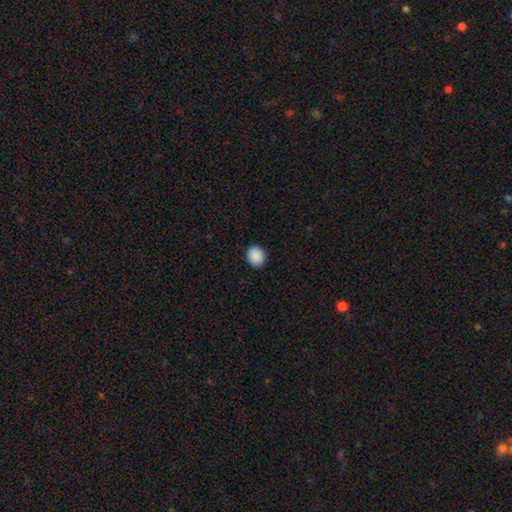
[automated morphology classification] type=smooth (90%); roundness=round (76%); merging=none (92%).